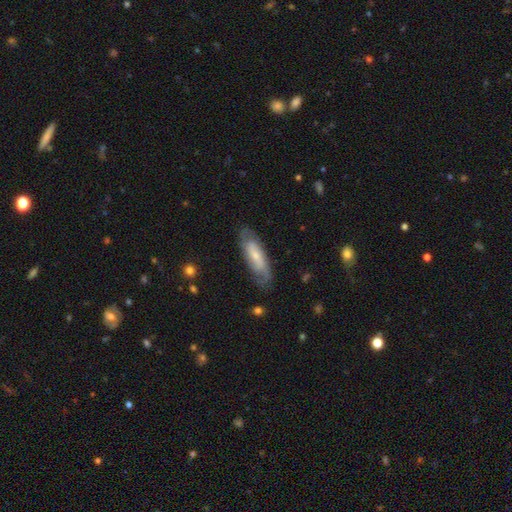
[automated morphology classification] The model was most divided on "smooth or featured": featured or disk: 61%, smooth: 33%, star or artifact: 6%. More confident: edge-on disk — no (80%); merging — none (73%).